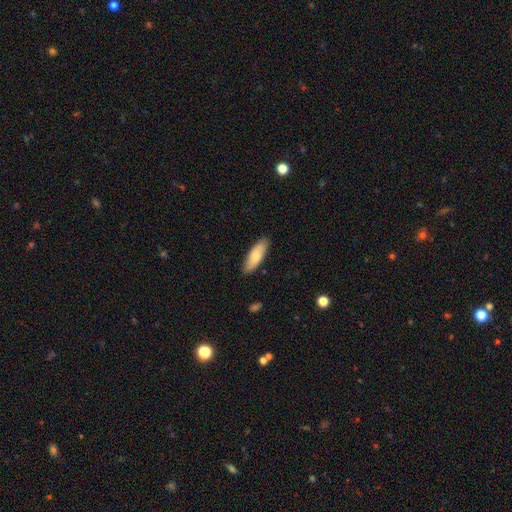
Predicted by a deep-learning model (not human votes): Smooth or featured?
  - smooth: 74% *
  - featured or disk: 21%
  - star or artifact: 5%
How rounded?
  - in between: 63% *
  - cigar-shaped: 35%
  - round: 2%
Merging?
  - none: 86% *
  - minor disturbance: 11%
  - major disturbance: 2%
  - merger: 1%